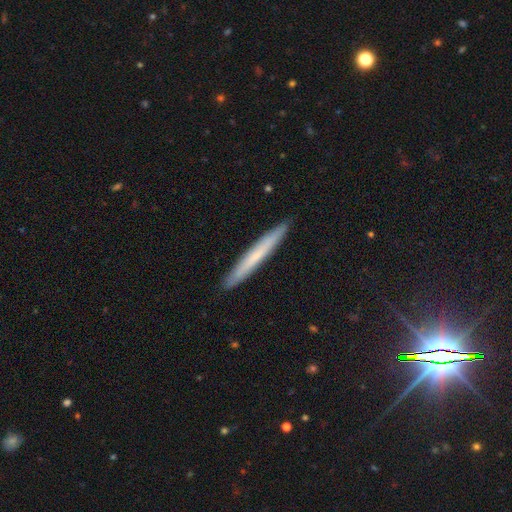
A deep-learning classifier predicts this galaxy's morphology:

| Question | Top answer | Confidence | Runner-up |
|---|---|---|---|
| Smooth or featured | smooth | 59% | featured or disk (35%) |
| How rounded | cigar-shaped | 97% | in between (2%) |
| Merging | none | 92% | minor disturbance (6%) |